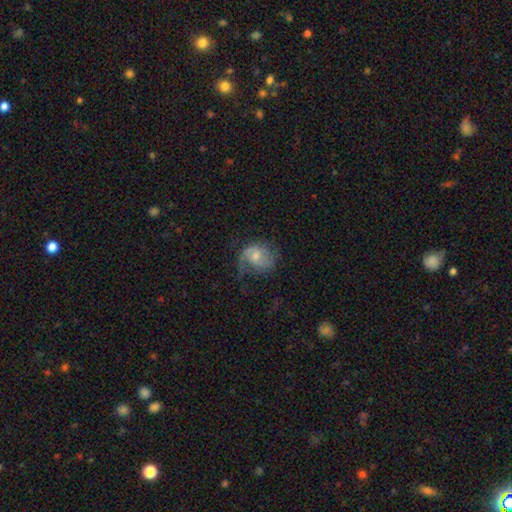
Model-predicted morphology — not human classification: A featured or disk galaxy (57%) with no bar (63%), spiral arms (82%) and a moderate central bulge (52%). Merging: none (40%).